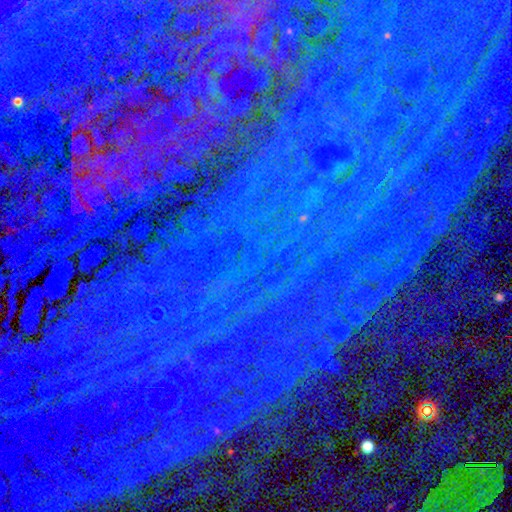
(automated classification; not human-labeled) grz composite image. It shows a star or artifact, not a galaxy (85%).